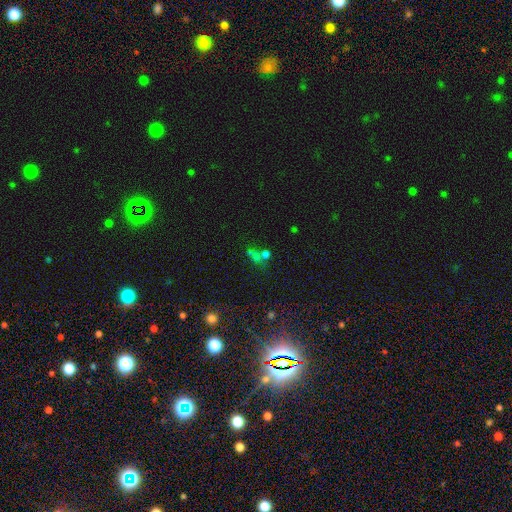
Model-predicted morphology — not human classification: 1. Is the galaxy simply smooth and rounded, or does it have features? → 42% star or artifact, 40% smooth, 18% featured or disk.